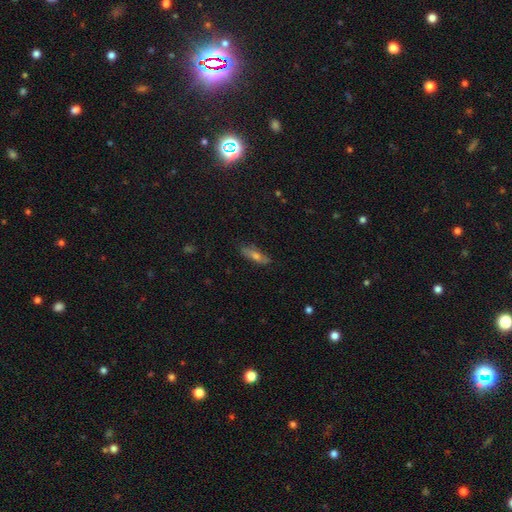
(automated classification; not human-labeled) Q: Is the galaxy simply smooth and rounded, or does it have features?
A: smooth — 51%.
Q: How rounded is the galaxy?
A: cigar-shaped — 61%.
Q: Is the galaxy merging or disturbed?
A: none — 82%.